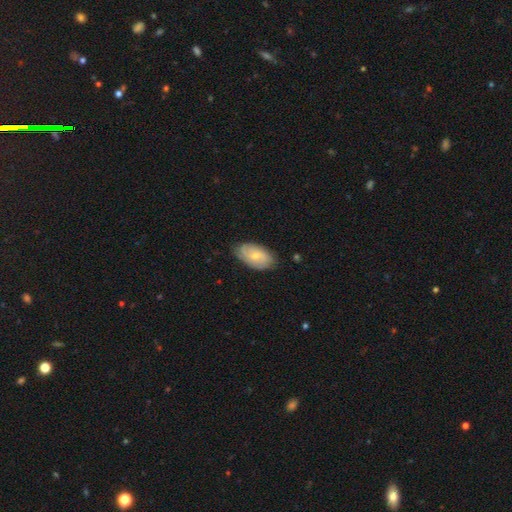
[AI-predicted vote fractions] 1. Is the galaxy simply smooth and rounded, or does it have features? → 49% featured or disk, 45% smooth, 6% star or artifact.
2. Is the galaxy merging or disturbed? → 76% none, 19% minor disturbance, 4% major disturbance, 1% merger.